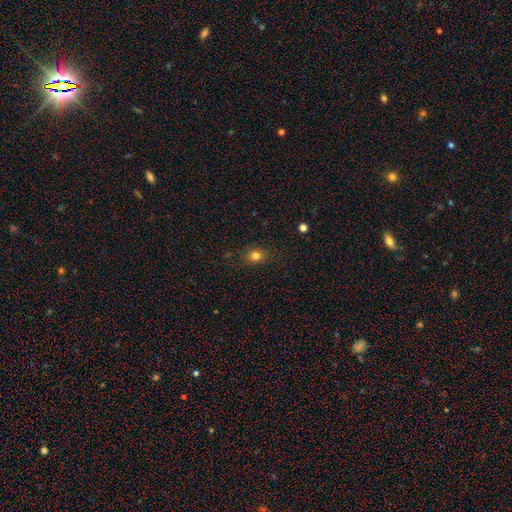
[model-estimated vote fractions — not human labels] smooth-or-featured: smooth: 80% | star or artifact: 14% | featured or disk: 6%
  how-rounded: round: 68% | in between: 31% | cigar-shaped: 1%
  merging: none: 86% | minor disturbance: 10% | major disturbance: 3% | merger: 1%